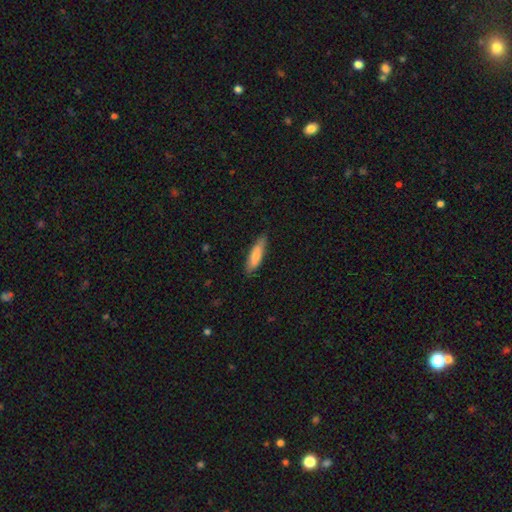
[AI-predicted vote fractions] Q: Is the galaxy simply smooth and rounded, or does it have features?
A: smooth — 82%.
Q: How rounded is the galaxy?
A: cigar-shaped — 66%.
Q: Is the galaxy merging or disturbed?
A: none — 81%.